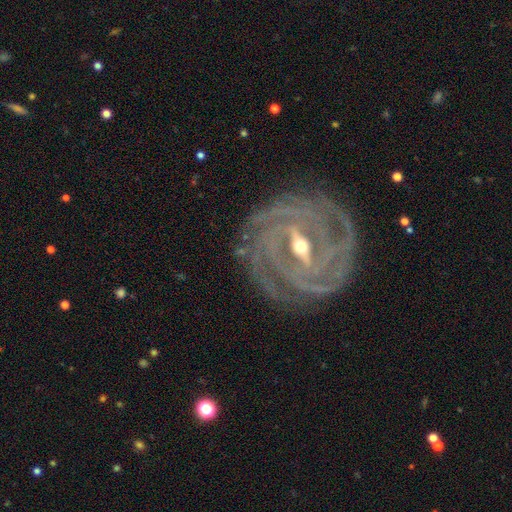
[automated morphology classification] smooth-or-featured: featured or disk: 92% | star or artifact: 5% | smooth: 3%
  disk-edge-on: no: 95% | yes: 5%
    bar: strong: 62% | weak: 29% | no: 9%
    has-spiral-arms: yes: 98% | no: 2%
      spiral-winding: tight: 83% | medium: 14% | loose: 2%
      spiral-arm-count: 4: 32% | 3: 20% | can't tell: 15% | more than 4: 14% | 2: 11% | 1: 7%
    bulge-size: moderate: 49% | small: 48% | large: 2% | none: 1% | dominant: 1%
  merging: none: 82% | minor disturbance: 13% | major disturbance: 4% | merger: 1%